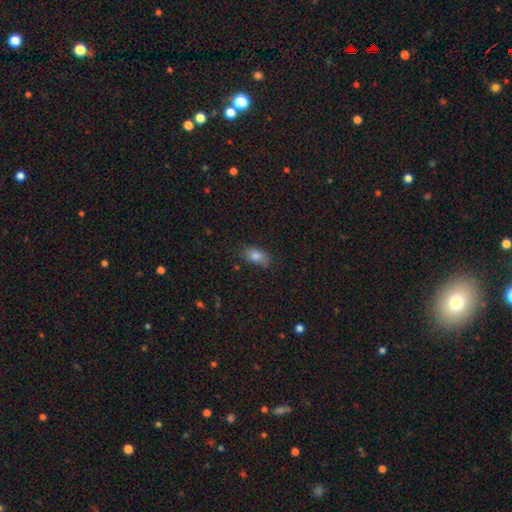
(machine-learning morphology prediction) smooth-or-featured: smooth: 82% | star or artifact: 9% | featured or disk: 9%
  how-rounded: in between: 88% | round: 7% | cigar-shaped: 5%
  merging: none: 72% | minor disturbance: 21% | major disturbance: 5% | merger: 2%